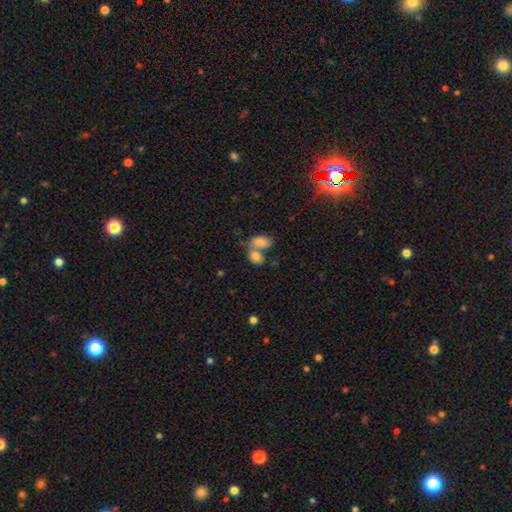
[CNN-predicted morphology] Overall: smooth (81%). How rounded: in between (84%). Merging: merger (58%; none 30%).